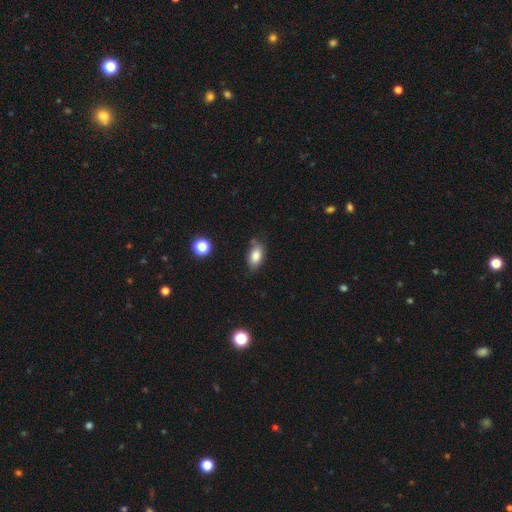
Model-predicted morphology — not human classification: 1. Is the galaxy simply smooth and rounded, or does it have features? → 82% smooth, 9% featured or disk, 9% star or artifact.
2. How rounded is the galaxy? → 90% in between, 7% round, 3% cigar-shaped.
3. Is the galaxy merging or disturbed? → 69% none, 23% minor disturbance, 4% major disturbance, 4% merger.